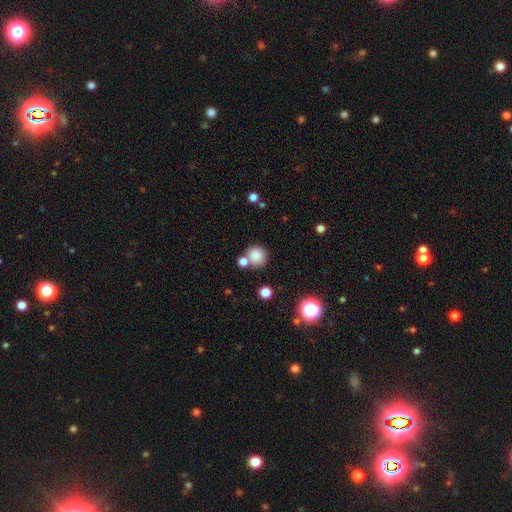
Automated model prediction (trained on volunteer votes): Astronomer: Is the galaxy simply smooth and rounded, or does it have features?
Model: smooth — 84%.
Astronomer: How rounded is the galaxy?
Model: round — 87%.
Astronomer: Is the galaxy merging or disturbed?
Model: none — 61%.